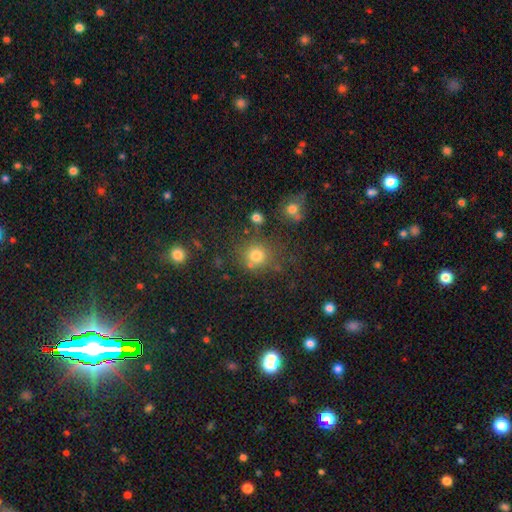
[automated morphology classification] Q: Smooth or featured?
A: smooth (75%); runner-up: star or artifact (17%)
Q: How rounded?
A: round (88%); runner-up: in between (11%)
Q: Merging?
A: none (73%); runner-up: minor disturbance (12%)